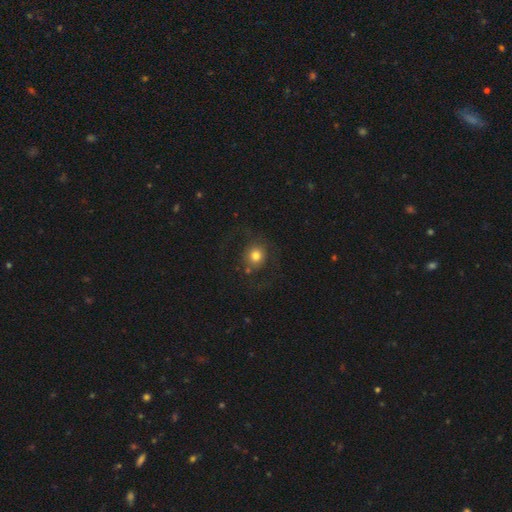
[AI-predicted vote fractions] Q: Smooth or featured?
A: smooth (69%); runner-up: featured or disk (20%)
Q: How rounded?
A: round (83%); runner-up: in between (16%)
Q: Merging?
A: none (66%); runner-up: major disturbance (17%)